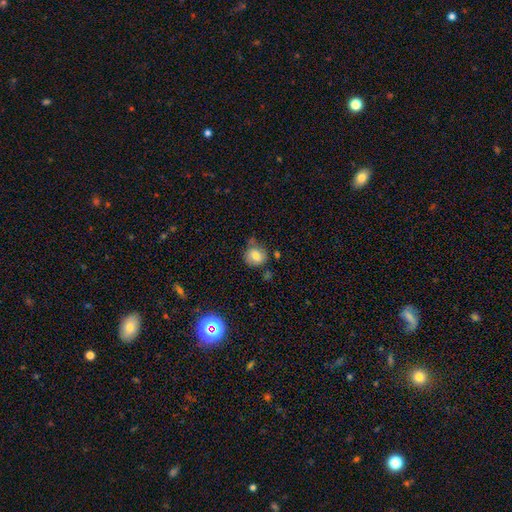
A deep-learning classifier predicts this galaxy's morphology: Q: Smooth or featured?
A: smooth (75%); runner-up: featured or disk (14%)
Q: How rounded?
A: round (79%); runner-up: in between (20%)
Q: Merging?
A: none (62%); runner-up: minor disturbance (25%)